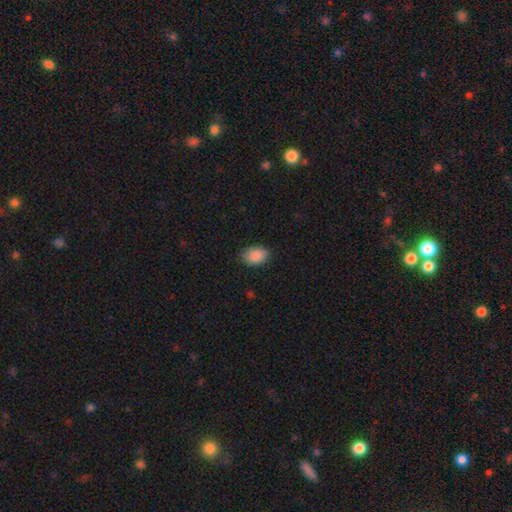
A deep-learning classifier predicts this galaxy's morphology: smooth-or-featured: smooth: 89% | star or artifact: 7% | featured or disk: 4%
  how-rounded: in between: 84% | round: 15% | cigar-shaped: 1%
  merging: none: 83% | minor disturbance: 14% | major disturbance: 3% | merger: 1%